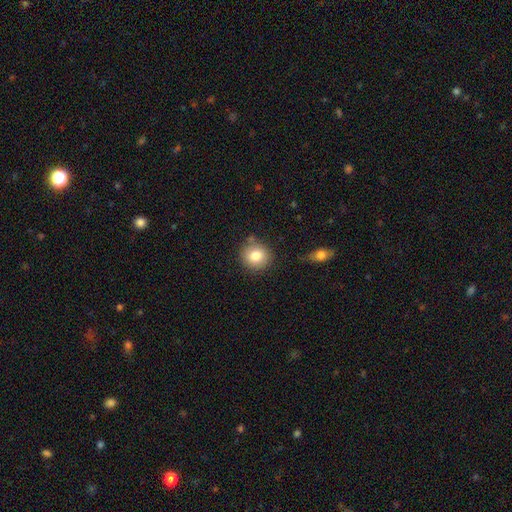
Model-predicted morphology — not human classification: Overall: smooth (80%). How rounded: round (88%). Merging: none (81%).